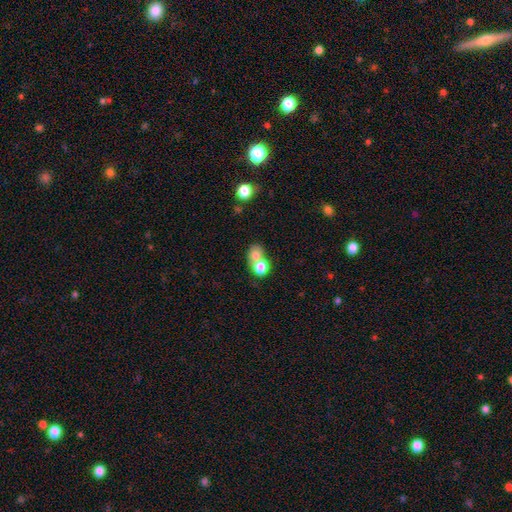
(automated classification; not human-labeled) Overall: smooth (73%). How rounded: round (64%; in between 35%). Merging: merger (63%; none 27%).